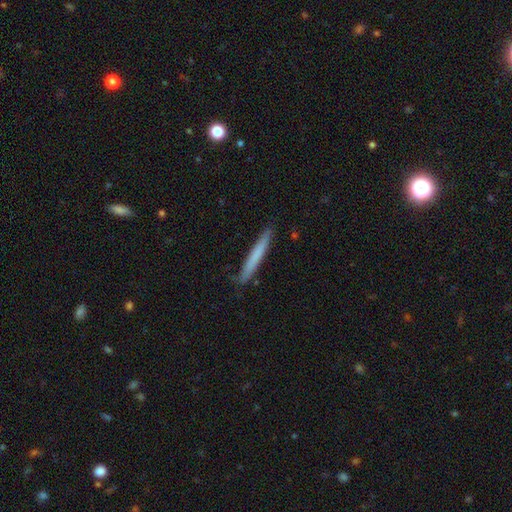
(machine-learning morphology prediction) Smooth or featured? smooth (68%)
How rounded? cigar-shaped (97%)
Merging? none (87%)